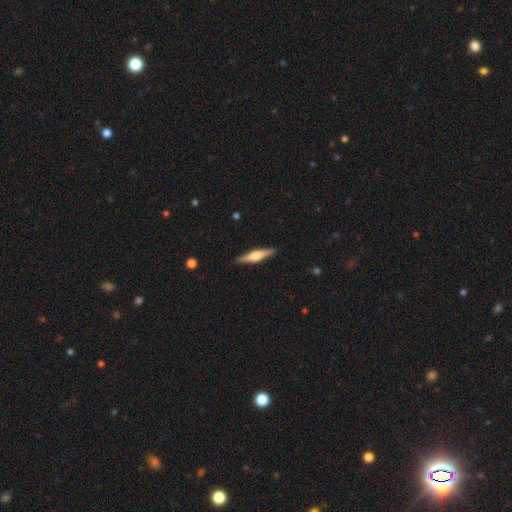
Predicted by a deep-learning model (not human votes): This is likely a featured or disk galaxy (65%). It is clearly viewed edge-on (97%). Edge-on bulge: clearly rounded (87%). Merging: clearly none (91%).